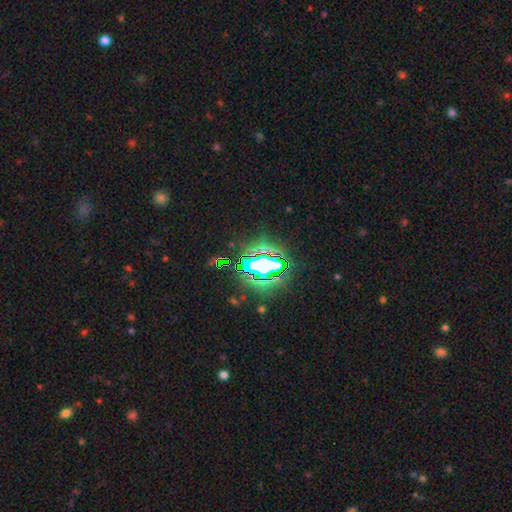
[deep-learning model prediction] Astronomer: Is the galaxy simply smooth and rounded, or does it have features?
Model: star or artifact — 77%.